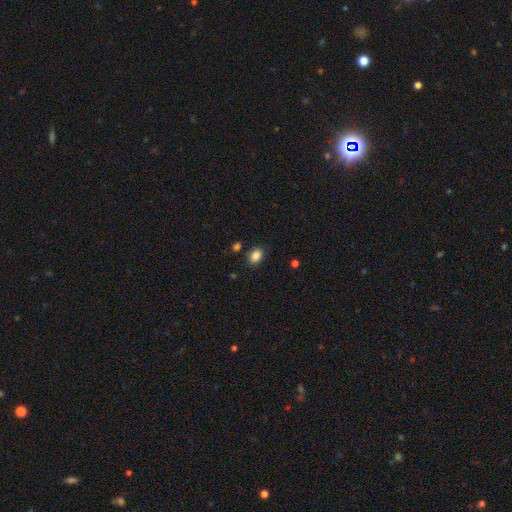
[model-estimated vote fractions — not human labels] Smooth or featured: smooth — 86% (star or artifact — 10%)
How rounded: in between — 68% (round — 31%)
Merging: none — 82% (minor disturbance — 11%)